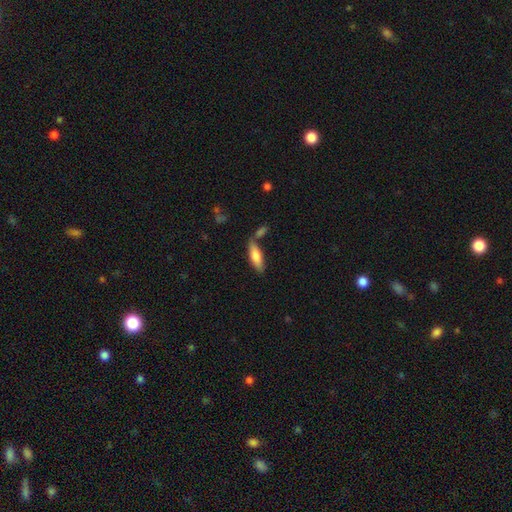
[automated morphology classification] type=smooth (76%); roundness=in between (54%); merging=none (67%).